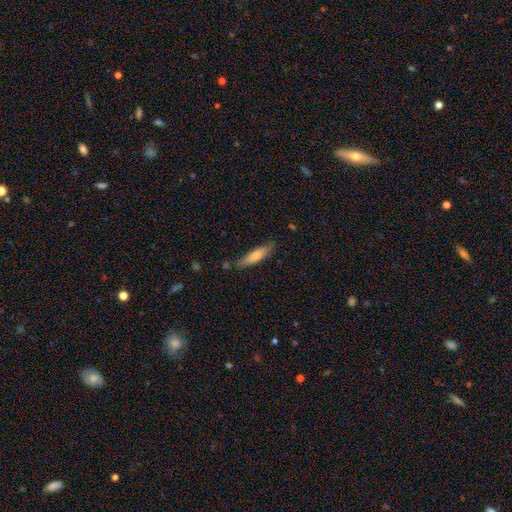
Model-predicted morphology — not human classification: A smooth galaxy with no disk features (69%) that is cigar-shaped (75%). Merging: none (79%).